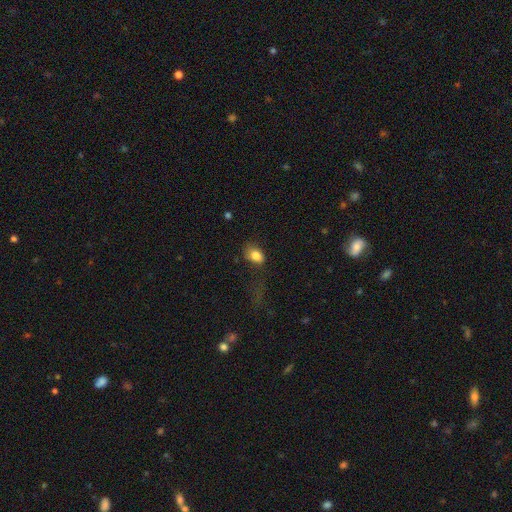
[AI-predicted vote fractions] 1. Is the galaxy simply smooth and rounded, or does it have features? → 81% smooth, 10% featured or disk, 9% star or artifact.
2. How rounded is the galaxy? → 75% in between, 23% round, 1% cigar-shaped.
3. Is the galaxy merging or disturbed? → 61% none, 23% minor disturbance, 14% major disturbance, 2% merger.